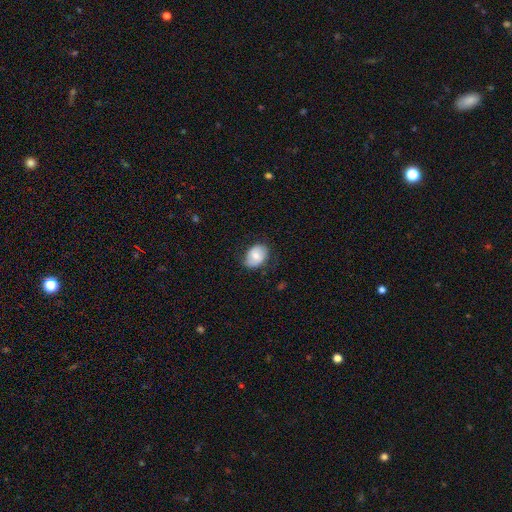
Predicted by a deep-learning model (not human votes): This is likely a smooth galaxy (70%). How rounded: likely in between (73%). Merging: likely none (74%).